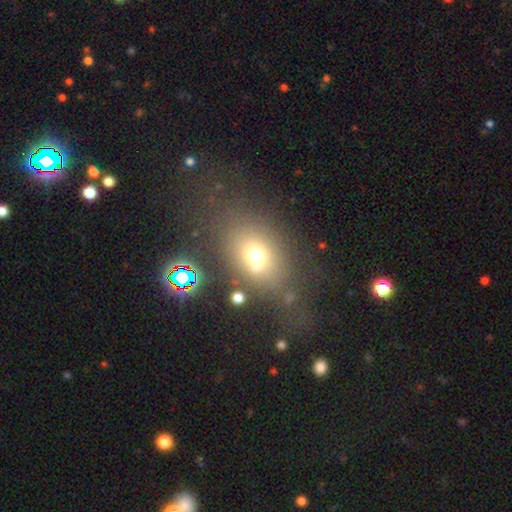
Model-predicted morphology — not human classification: smooth-or-featured: smooth: 63% | star or artifact: 20% | featured or disk: 17%
  how-rounded: in between: 62% | round: 36% | cigar-shaped: 2%
  merging: none: 62% | minor disturbance: 17% | major disturbance: 13% | merger: 9%